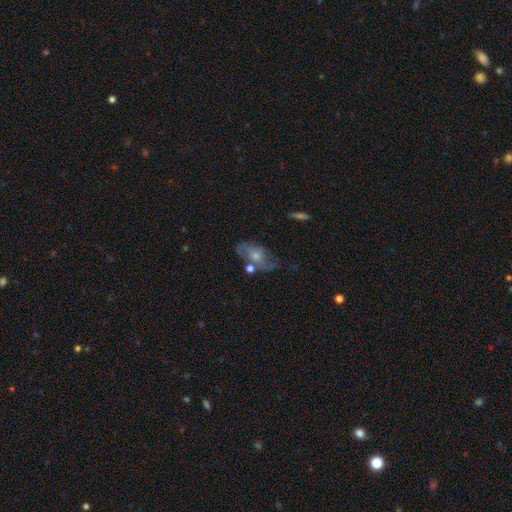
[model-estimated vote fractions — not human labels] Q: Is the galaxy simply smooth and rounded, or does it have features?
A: featured or disk — 57%.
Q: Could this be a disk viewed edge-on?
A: no — 89%.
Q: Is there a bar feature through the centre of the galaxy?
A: no — 78%.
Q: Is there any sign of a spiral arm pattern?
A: yes — 61%.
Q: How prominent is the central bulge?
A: moderate — 54%.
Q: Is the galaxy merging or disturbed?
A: none — 54%.